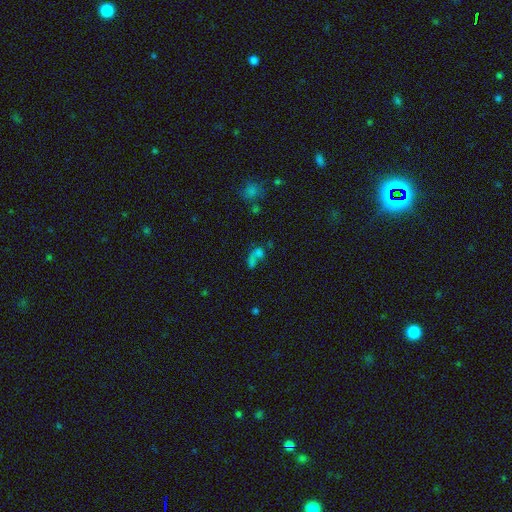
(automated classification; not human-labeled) This is possibly a smooth galaxy (55%). How rounded: likely in between (63%). Merging: marginally merger (43%).